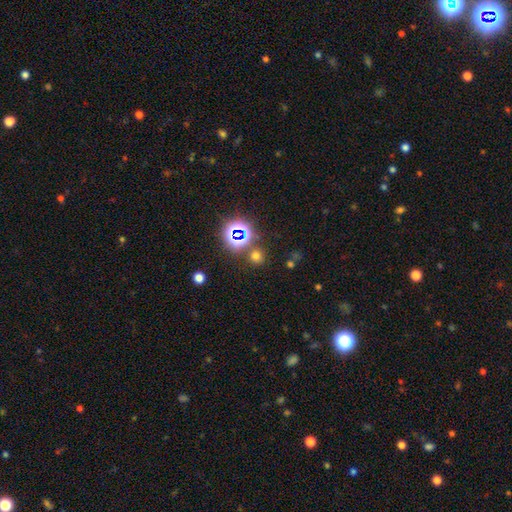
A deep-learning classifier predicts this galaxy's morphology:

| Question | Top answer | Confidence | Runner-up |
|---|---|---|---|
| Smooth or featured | smooth | 61% | star or artifact (33%) |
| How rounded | round | 88% | in between (11%) |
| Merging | none | 80% | merger (9%) |